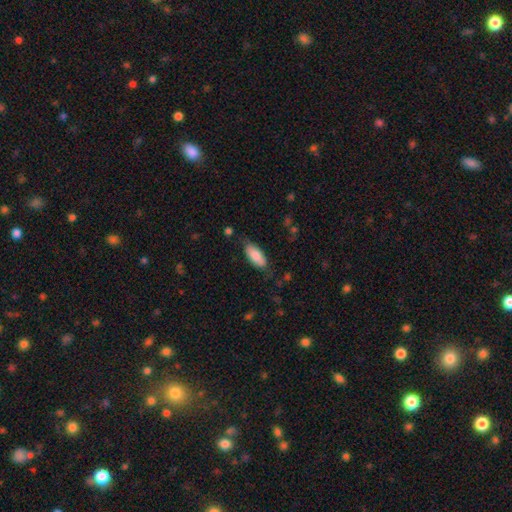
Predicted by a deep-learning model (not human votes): Morphology: type=smooth (82%); roundness=in between (83%); merging=none (72%).